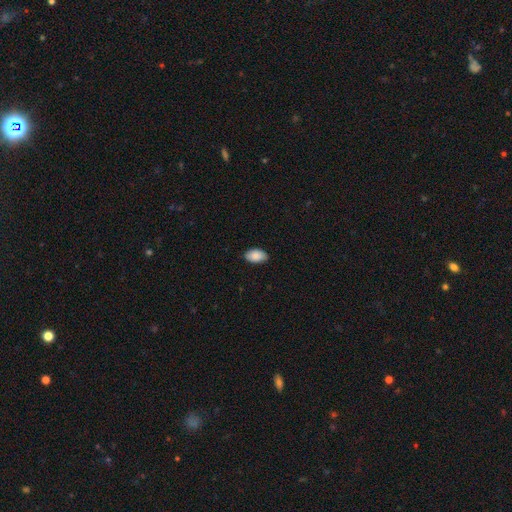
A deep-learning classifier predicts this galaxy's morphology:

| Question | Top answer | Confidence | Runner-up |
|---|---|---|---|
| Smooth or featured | smooth | 87% | star or artifact (7%) |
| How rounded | in between | 93% | round (5%) |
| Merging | none | 85% | minor disturbance (12%) |